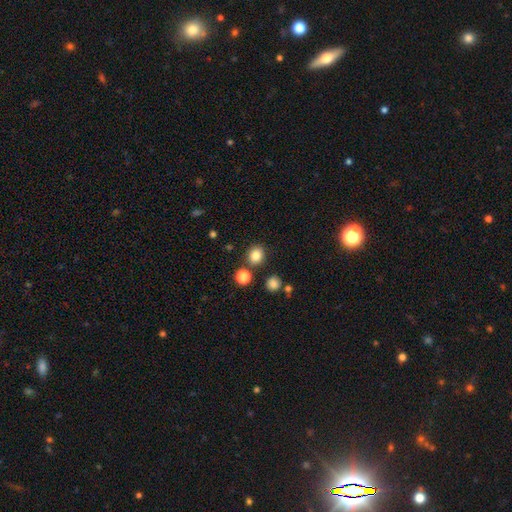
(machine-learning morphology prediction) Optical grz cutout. It shows a smooth galaxy with no disk features (83%) that is round (76%). Merging: none (81%).